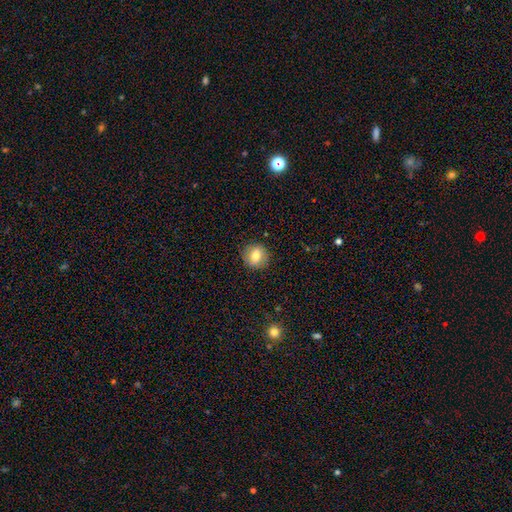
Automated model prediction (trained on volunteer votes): Q: Smooth or featured?
A: smooth (73%); runner-up: featured or disk (17%)
Q: How rounded?
A: round (82%); runner-up: in between (17%)
Q: Merging?
A: none (88%); runner-up: minor disturbance (9%)